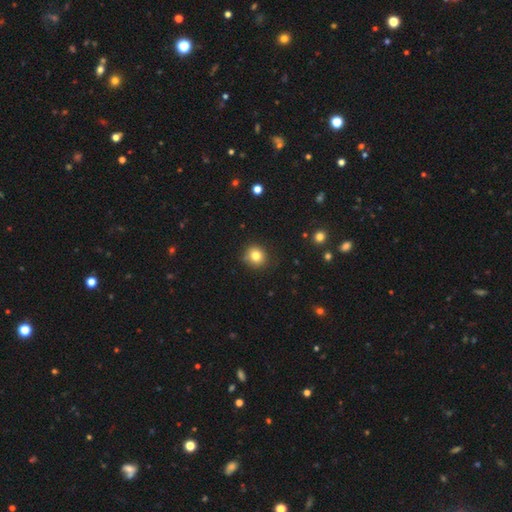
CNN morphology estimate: This is clearly a smooth galaxy (81%). How rounded: clearly round (87%). Merging: clearly none (86%).